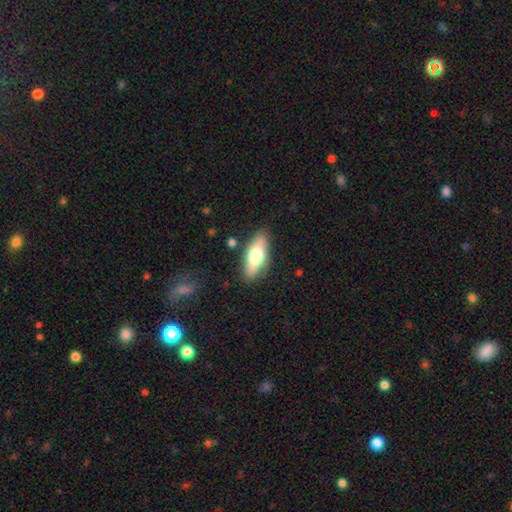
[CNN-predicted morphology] A smooth galaxy with no disk features (62%) that is in between round and cigar-shaped (69%). Merging: none (84%).